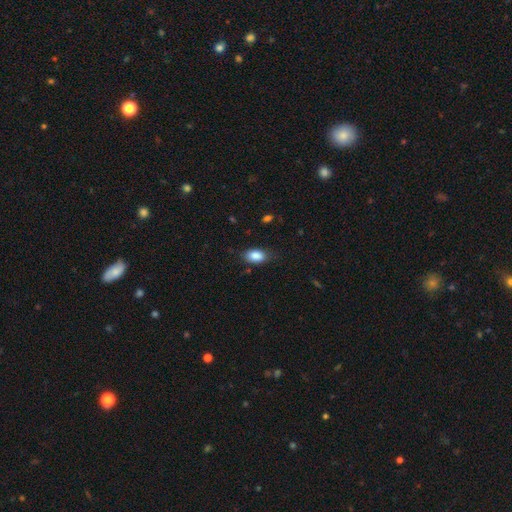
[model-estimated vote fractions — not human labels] This appears to be a smooth galaxy with no disk features (87%) that is in between round and cigar-shaped (90%). Merging: none (74%).